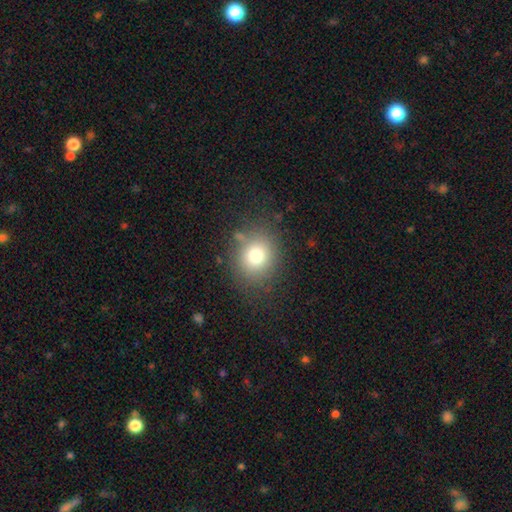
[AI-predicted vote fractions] Smooth or featured?
  - smooth: 76% *
  - star or artifact: 13%
  - featured or disk: 10%
How rounded?
  - round: 75% *
  - in between: 24%
  - cigar-shaped: 1%
Merging?
  - none: 80% *
  - minor disturbance: 12%
  - major disturbance: 5%
  - merger: 3%